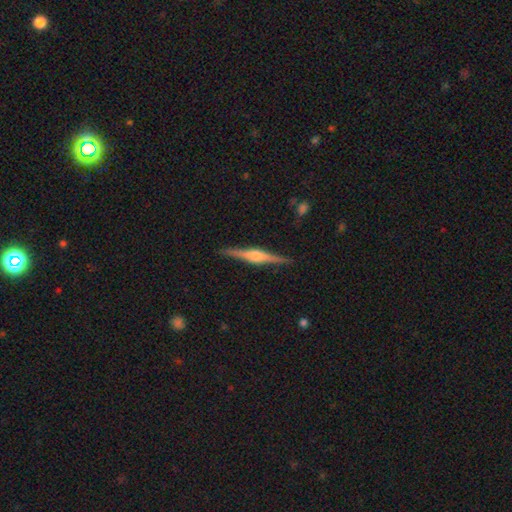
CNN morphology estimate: This is clearly a featured or disk galaxy (80%). It is clearly viewed edge-on (98%). Edge-on bulge: clearly rounded (87%). Merging: clearly none (91%).